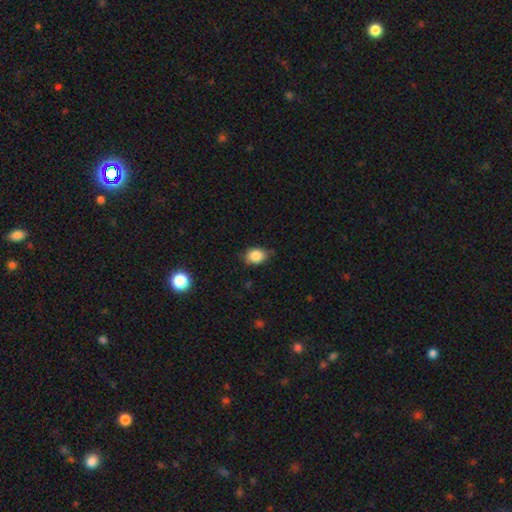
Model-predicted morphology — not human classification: smooth 85%, star or artifact 9%, featured or disk 6%. Down the decision tree: how rounded — in between (64%); merging — none (72%).